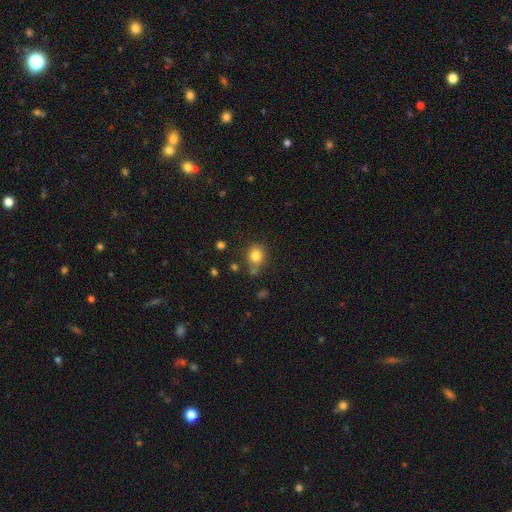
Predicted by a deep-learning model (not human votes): Smooth or featured? Predicted: smooth (p=0.82). How rounded? Predicted: round (p=0.75). Merging? Predicted: none (p=0.67).